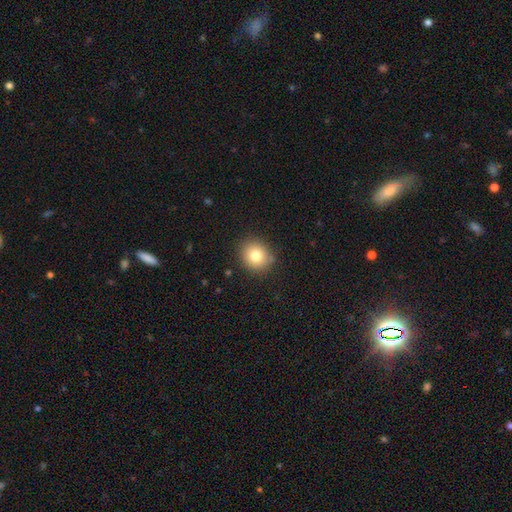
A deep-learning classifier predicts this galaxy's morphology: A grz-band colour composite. It shows a smooth galaxy with no disk features (79%) that is round (81%). Merging: none (85%).